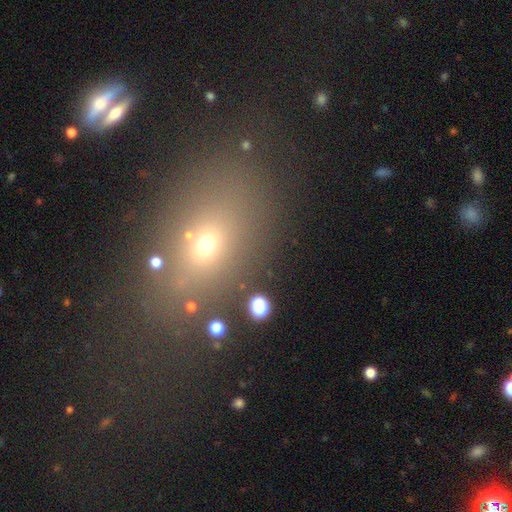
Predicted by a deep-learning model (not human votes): Smooth or featured? smooth (56%)
How rounded? in between (70%)
Merging? none (71%)